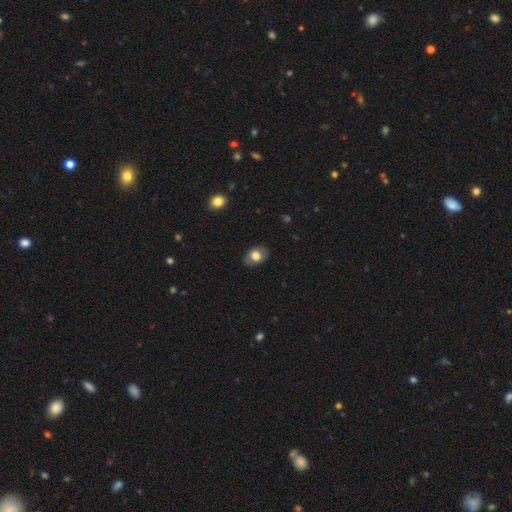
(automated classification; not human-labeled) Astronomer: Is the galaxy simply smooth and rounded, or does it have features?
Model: smooth — 74%.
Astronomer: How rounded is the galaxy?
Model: in between — 77%.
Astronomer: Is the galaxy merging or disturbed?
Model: none — 82%.